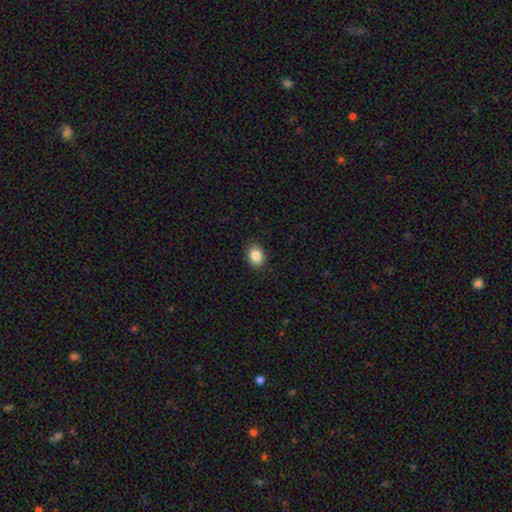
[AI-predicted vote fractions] This appears to be a smooth galaxy with no disk features (86%) that is in between round and cigar-shaped (67%). Merging: none (88%).